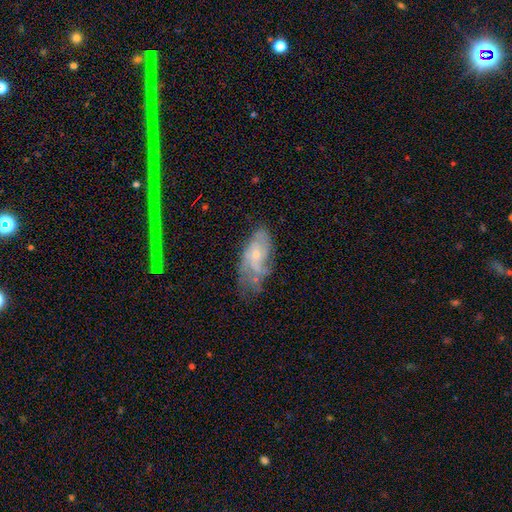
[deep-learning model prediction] smooth-or-featured: featured or disk: 67% | smooth: 25% | star or artifact: 8%
  disk-edge-on: no: 93% | yes: 7%
    bar: no: 70% | weak: 26% | strong: 4%
    has-spiral-arms: yes: 80% | no: 20%
      spiral-winding: medium: 41% | tight: 36% | loose: 23%
      spiral-arm-count: can't tell: 39% | 2: 31% | 3: 16% | 4: 5% | 1: 5% | more than 4: 3%
    bulge-size: small: 65% | moderate: 30% | none: 3% | large: 1% | dominant: 1%
  merging: none: 46% | minor disturbance: 30% | major disturbance: 20% | merger: 4%